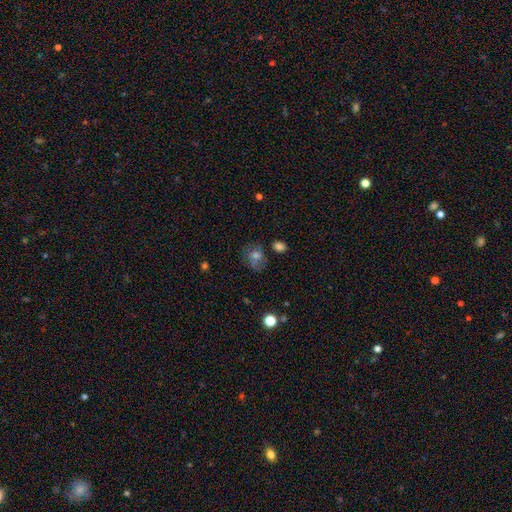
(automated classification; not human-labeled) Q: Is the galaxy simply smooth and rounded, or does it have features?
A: smooth — 56%.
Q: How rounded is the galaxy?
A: round — 56%.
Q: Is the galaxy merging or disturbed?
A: none — 57%.